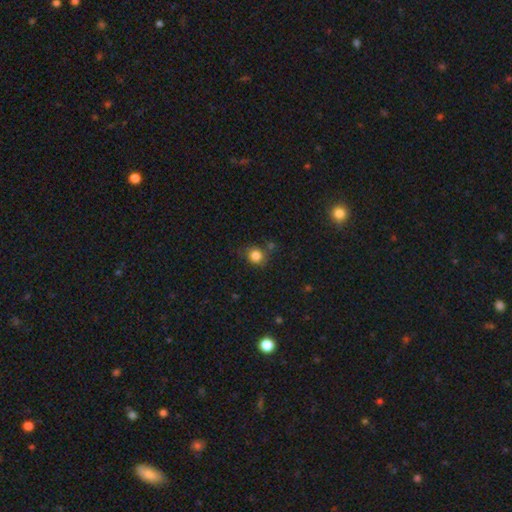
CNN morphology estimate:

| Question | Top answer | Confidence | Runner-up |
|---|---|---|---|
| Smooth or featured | smooth | 83% | star or artifact (11%) |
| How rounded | round | 82% | in between (17%) |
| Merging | none | 71% | minor disturbance (17%) |